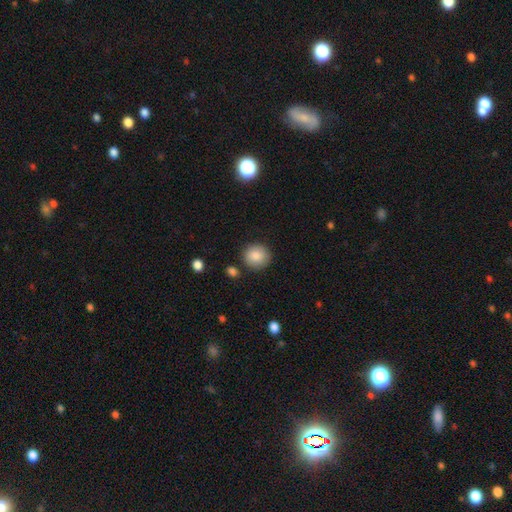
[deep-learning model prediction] This is clearly a smooth galaxy (86%). How rounded: clearly round (91%). Merging: clearly none (87%).